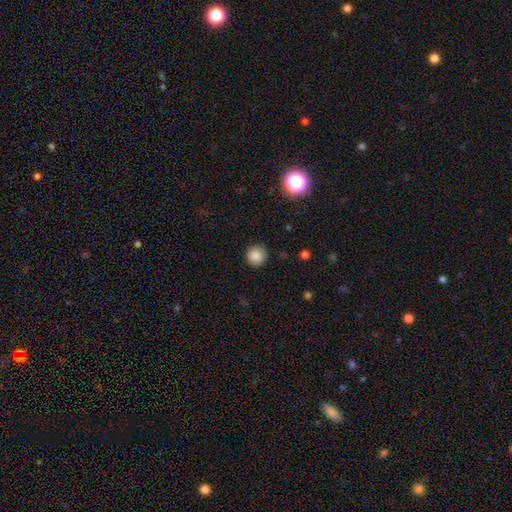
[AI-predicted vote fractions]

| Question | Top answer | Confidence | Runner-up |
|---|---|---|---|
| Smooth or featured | smooth | 86% | star or artifact (10%) |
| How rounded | round | 94% | in between (5%) |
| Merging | none | 90% | minor disturbance (7%) |